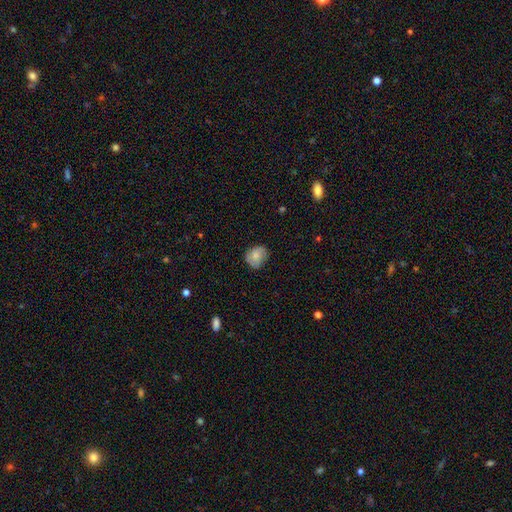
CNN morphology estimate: Smooth or featured?
  - smooth: 69% *
  - featured or disk: 23%
  - star or artifact: 8%
How rounded?
  - round: 64% *
  - in between: 35%
  - cigar-shaped: 1%
Merging?
  - none: 70% *
  - minor disturbance: 24%
  - major disturbance: 5%
  - merger: 1%